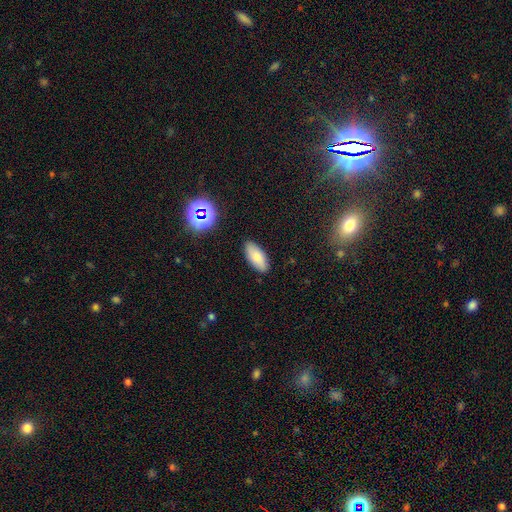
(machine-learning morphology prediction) Smooth or featured? smooth (79%)
How rounded? in between (86%)
Merging? none (87%)